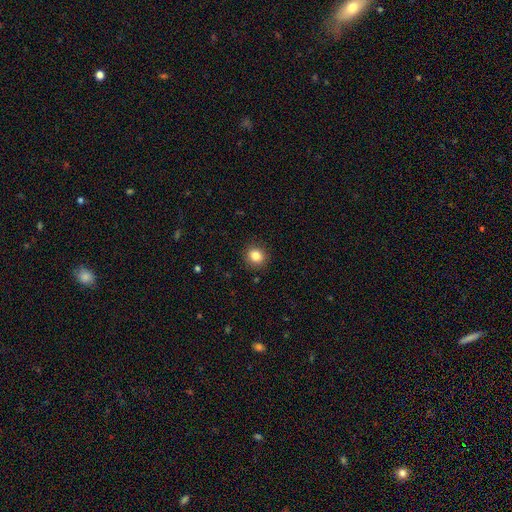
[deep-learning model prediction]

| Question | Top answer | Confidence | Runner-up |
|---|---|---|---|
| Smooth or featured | smooth | 84% | star or artifact (11%) |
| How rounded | round | 87% | in between (13%) |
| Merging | none | 91% | minor disturbance (6%) |